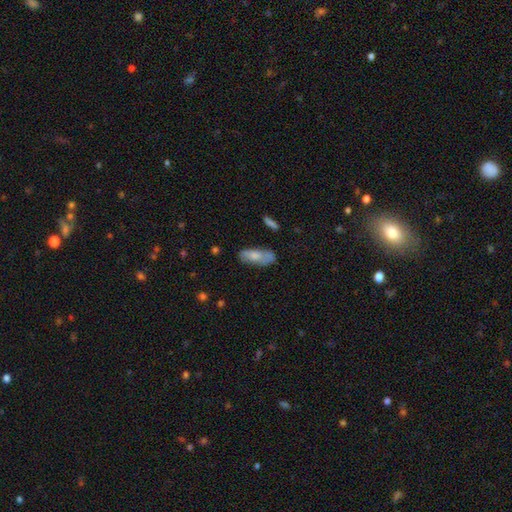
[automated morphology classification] Smooth or featured? Predicted: smooth (p=0.67). How rounded? Predicted: in between (p=0.77). Merging? Predicted: none (p=0.58).